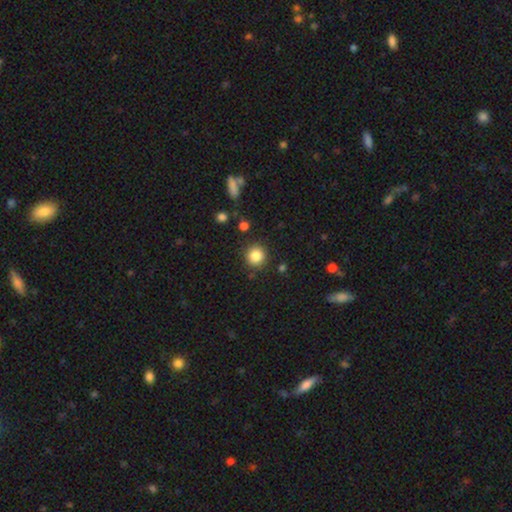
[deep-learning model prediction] smooth 84%, star or artifact 11%, featured or disk 5%. Down the decision tree: how rounded — round (93%); merging — none (89%).